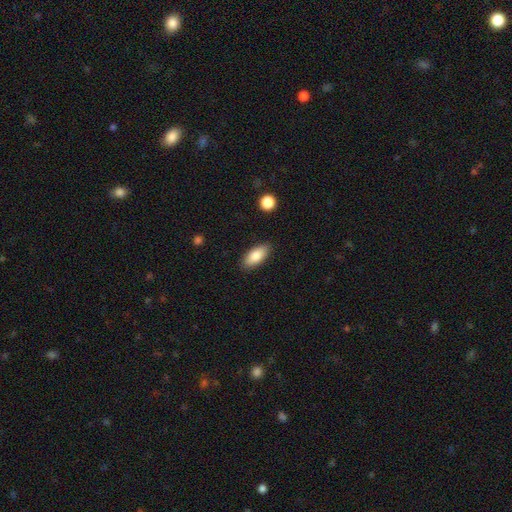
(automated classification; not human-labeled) A smooth galaxy with no disk features (84%) that is in between round and cigar-shaped (87%).

Vote fractions:
- Smooth or featured? smooth: 84% / featured or disk: 10% / star or artifact: 7%
- How rounded? in between: 87% / cigar-shaped: 11% / round: 2%
- Merging? none: 87% / minor disturbance: 9% / major disturbance: 2% / merger: 1%